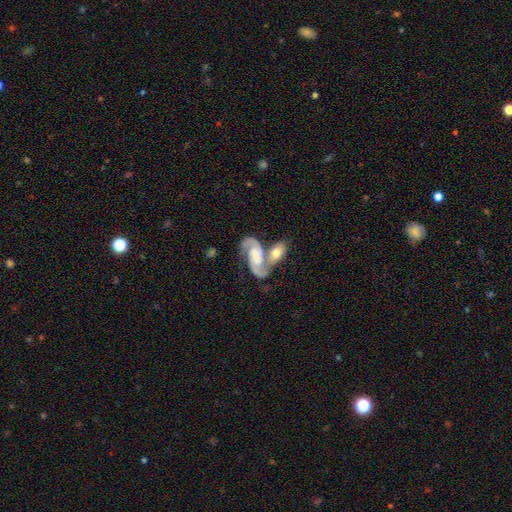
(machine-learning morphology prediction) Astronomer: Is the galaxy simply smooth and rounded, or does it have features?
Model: featured or disk — 86%.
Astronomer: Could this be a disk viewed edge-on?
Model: no — 97%.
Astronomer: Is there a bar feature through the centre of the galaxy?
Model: no — 50% (runner-up: weak, 34%).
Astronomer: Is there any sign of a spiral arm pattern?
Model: yes — 97%.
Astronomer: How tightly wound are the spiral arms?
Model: medium — 56%.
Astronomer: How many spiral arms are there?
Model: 2 — 92%.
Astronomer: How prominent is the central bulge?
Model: small — 30% (runner-up: moderate, 29%).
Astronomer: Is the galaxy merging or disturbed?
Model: merger — 48% (runner-up: none, 35%).